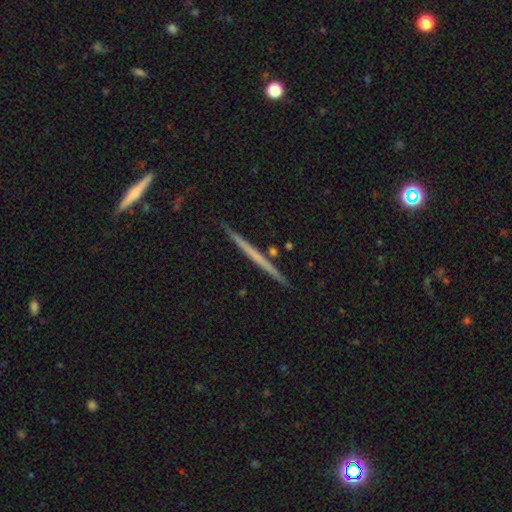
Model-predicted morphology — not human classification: Q: Smooth or featured?
A: featured or disk (57%); runner-up: smooth (38%)
Q: Edge-on disk?
A: yes (98%); runner-up: no (2%)
Q: Edge-on bulge?
A: none (91%); runner-up: rounded (6%)
Q: Merging?
A: none (90%); runner-up: minor disturbance (7%)